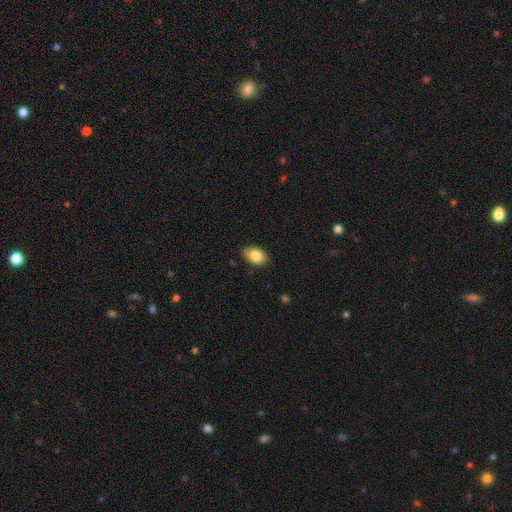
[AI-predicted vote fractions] This is clearly a smooth galaxy (84%). How rounded: clearly in between (87%). Merging: clearly none (87%).